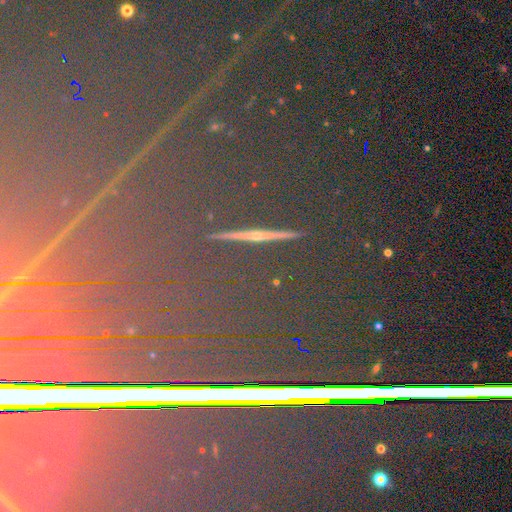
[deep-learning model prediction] Morphology: type=star or artifact (75%).